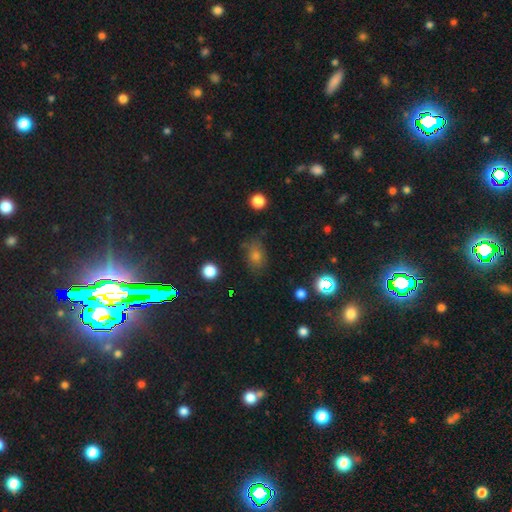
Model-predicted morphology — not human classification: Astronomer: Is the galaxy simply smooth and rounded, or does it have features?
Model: smooth — 65%.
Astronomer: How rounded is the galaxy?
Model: in between — 71%.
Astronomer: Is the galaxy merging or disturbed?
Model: none — 70%.